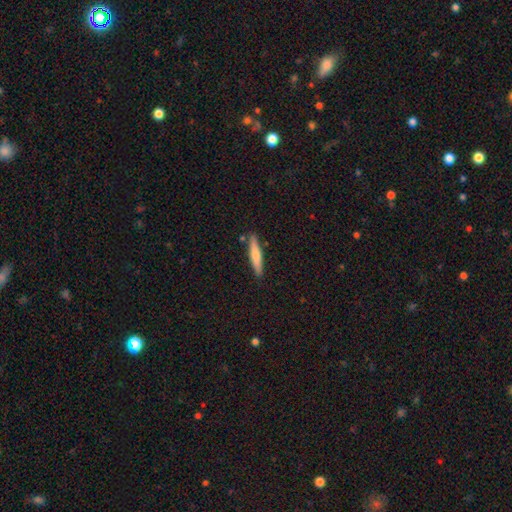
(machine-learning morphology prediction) smooth_or_featured: smooth (p=0.64) [alt: featured or disk p=0.31]
how_rounded: cigar-shaped (p=0.91) [alt: in between p=0.08]
merging: none (p=0.86) [alt: minor disturbance p=0.09]